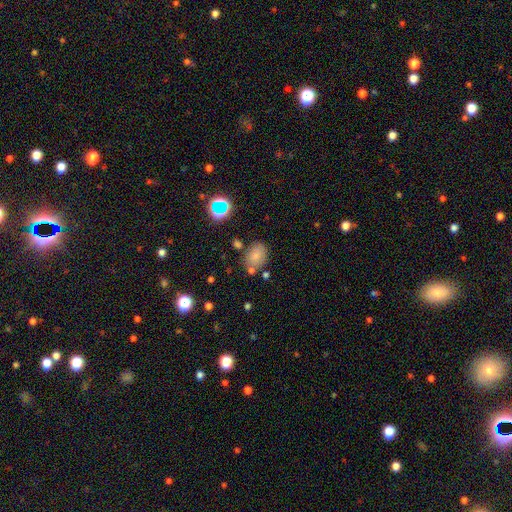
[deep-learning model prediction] Smooth or featured? Predicted: smooth (p=0.73). How rounded? Predicted: in between (p=0.72). Merging? Predicted: none (p=0.68).